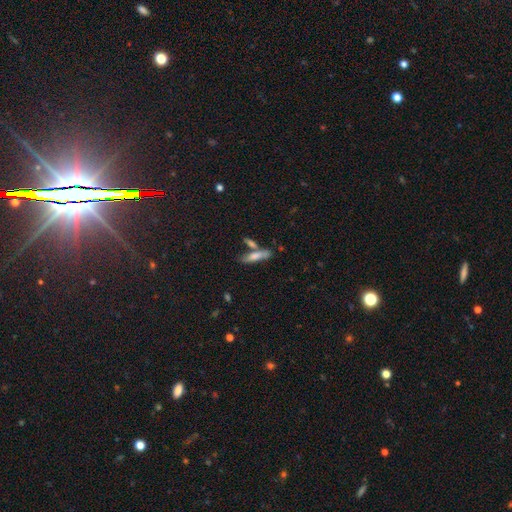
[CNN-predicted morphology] This appears to be a smooth galaxy with no disk features (70%) that is cigar-shaped (70%). Merging: none (55%).